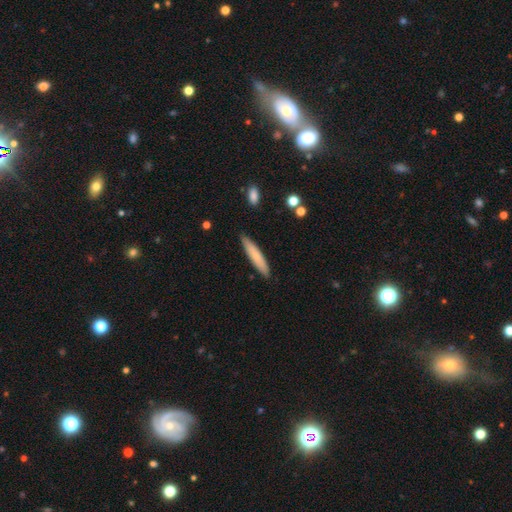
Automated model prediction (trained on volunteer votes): A smooth galaxy with no disk features (76%) that is cigar-shaped (89%). Merging: none (87%).